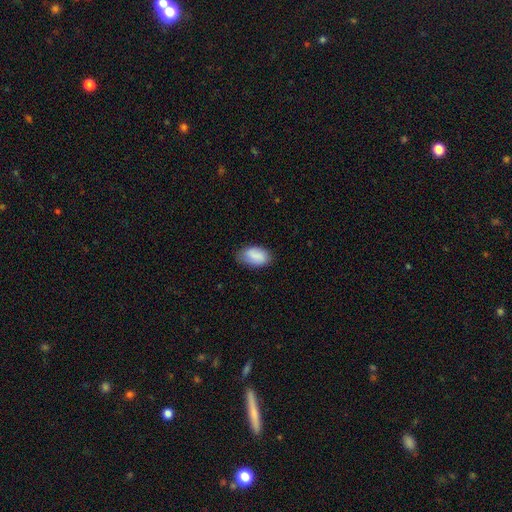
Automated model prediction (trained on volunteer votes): A smooth galaxy with no disk features (85%) that is in between round and cigar-shaped (93%).

Vote fractions:
- Smooth or featured? smooth: 85% / featured or disk: 9% / star or artifact: 7%
- How rounded? in between: 93% / round: 5% / cigar-shaped: 2%
- Merging? none: 74% / minor disturbance: 21% / major disturbance: 4% / merger: 1%